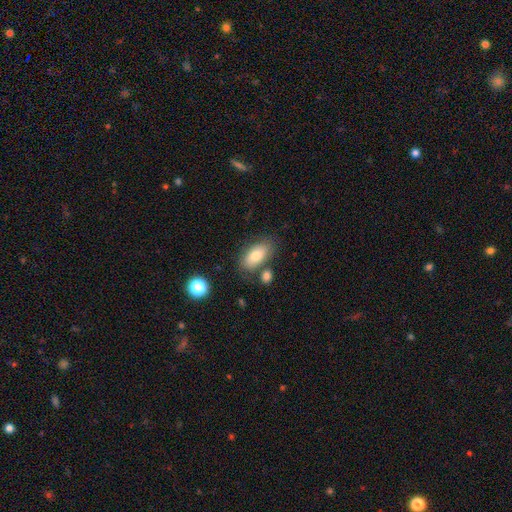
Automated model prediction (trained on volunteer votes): smooth 78%, featured or disk 15%, star or artifact 7%. Down the decision tree: how rounded — in between (92%); merging — none (71%).